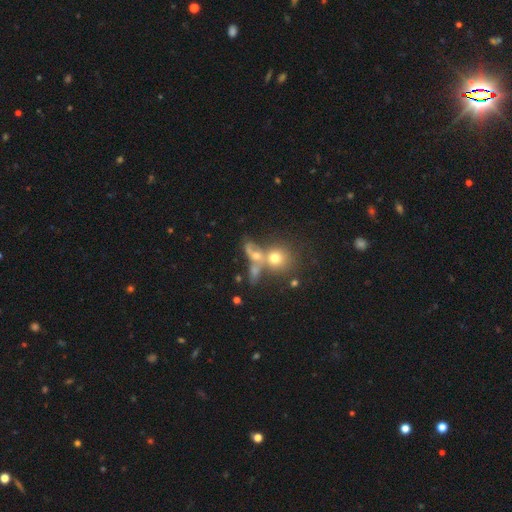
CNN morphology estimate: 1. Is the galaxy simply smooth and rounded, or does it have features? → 52% smooth, 32% featured or disk, 16% star or artifact.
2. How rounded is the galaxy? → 47% in between, 46% round, 7% cigar-shaped.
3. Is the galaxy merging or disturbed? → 52% merger, 27% none, 11% major disturbance, 10% minor disturbance.